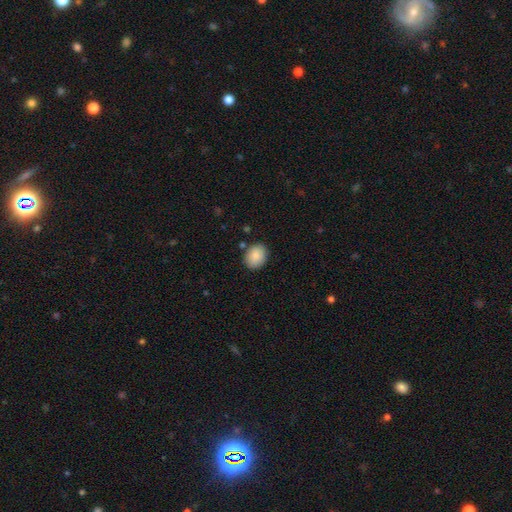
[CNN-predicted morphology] Overall: smooth (88%). How rounded: in between (54%; round 46%). Merging: none (84%).